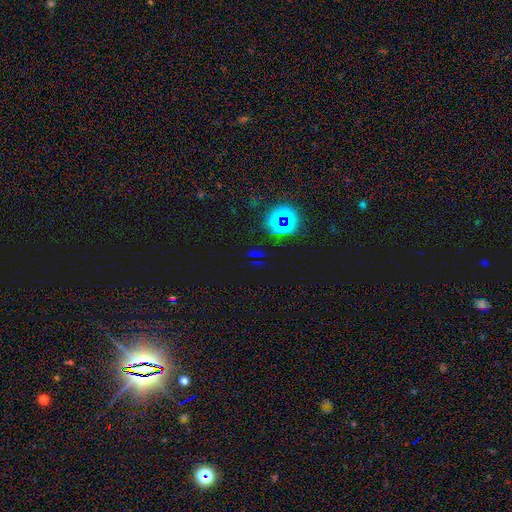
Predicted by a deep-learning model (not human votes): Q: Smooth or featured?
A: star or artifact (72%); runner-up: smooth (20%)